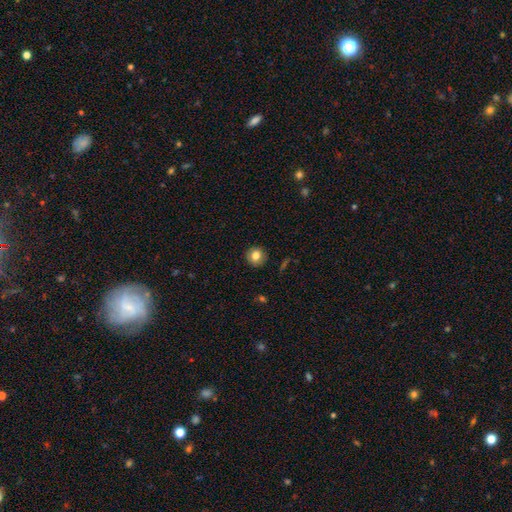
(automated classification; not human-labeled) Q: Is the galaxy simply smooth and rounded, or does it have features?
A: smooth — 80%.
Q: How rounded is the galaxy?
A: round — 90%.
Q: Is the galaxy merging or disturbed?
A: none — 90%.